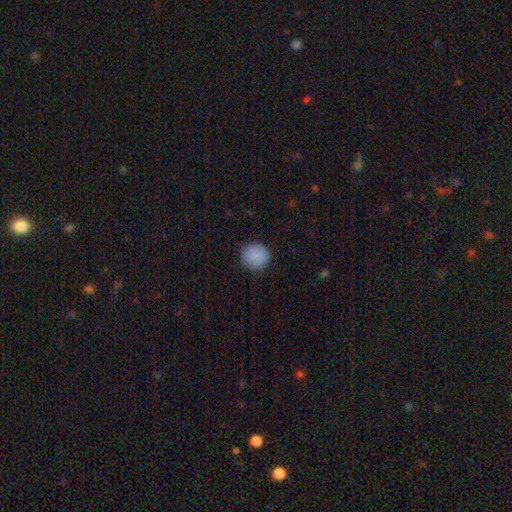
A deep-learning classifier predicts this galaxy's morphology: Smooth or featured?
  - smooth: 88% *
  - star or artifact: 7%
  - featured or disk: 5%
How rounded?
  - round: 88% *
  - in between: 11%
  - cigar-shaped: 1%
Merging?
  - none: 87% *
  - minor disturbance: 10%
  - major disturbance: 2%
  - merger: 1%